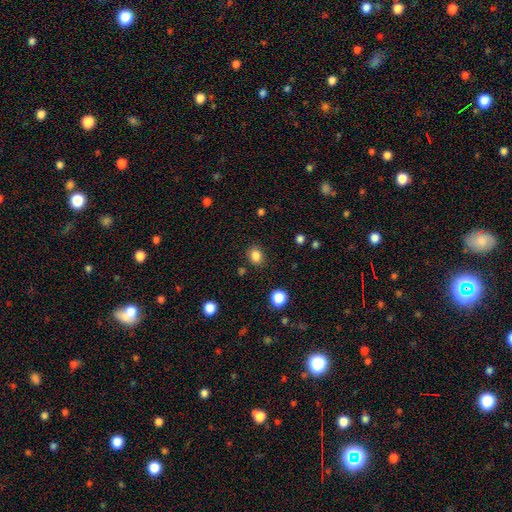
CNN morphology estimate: This is clearly a smooth galaxy (84%). How rounded: possibly round (57%). Merging: clearly none (86%).